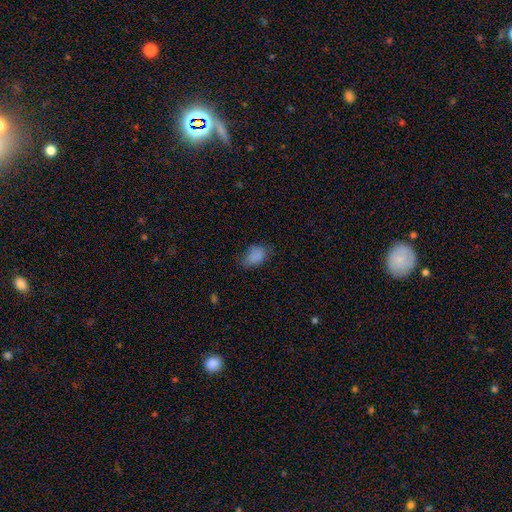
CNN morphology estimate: The model was most divided on "merging": none: 52%, minor disturbance: 32%, major disturbance: 14%, merger: 2%. More confident: how rounded — in between (85%); smooth or featured — smooth (79%).